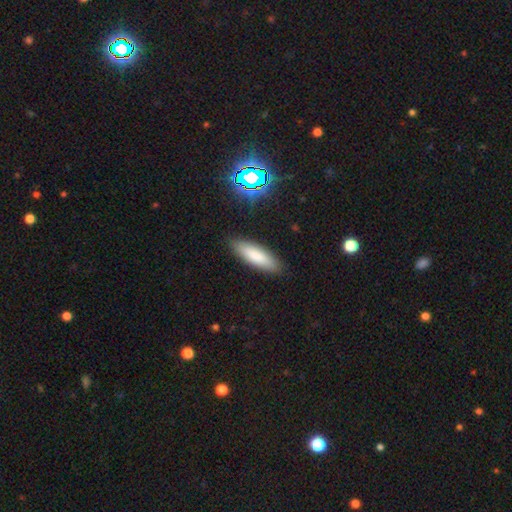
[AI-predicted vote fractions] A smooth galaxy with no disk features (81%) that is cigar-shaped (51%).

Vote fractions:
- Smooth or featured? smooth: 81% / featured or disk: 11% / star or artifact: 8%
- How rounded? cigar-shaped: 51% / in between: 47% / round: 2%
- Merging? none: 88% / minor disturbance: 9% / major disturbance: 2% / merger: 1%